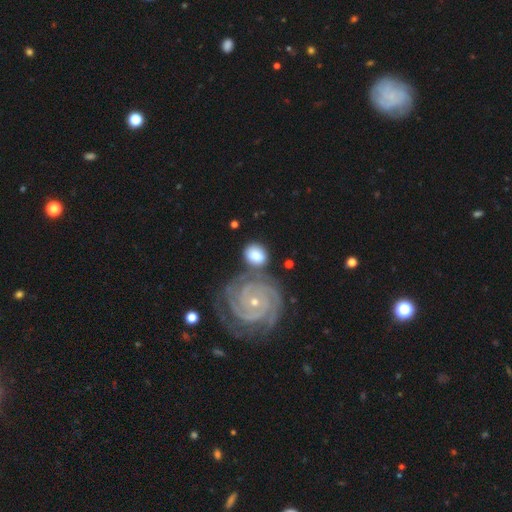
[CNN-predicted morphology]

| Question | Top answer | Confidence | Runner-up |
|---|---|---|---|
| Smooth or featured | featured or disk | 48% | smooth (45%) |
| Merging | none | 56% | merger (22%) |